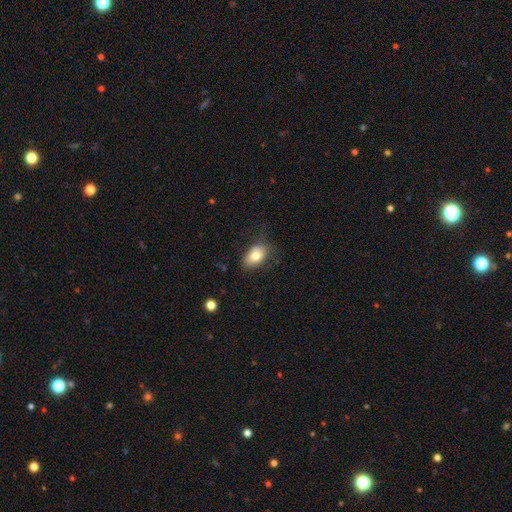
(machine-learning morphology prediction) A smooth galaxy with no disk features (77%) that is in between round and cigar-shaped (89%).

Vote fractions:
- Smooth or featured? smooth: 77% / featured or disk: 15% / star or artifact: 8%
- How rounded? in between: 89% / round: 10% / cigar-shaped: 1%
- Merging? none: 68% / minor disturbance: 23% / major disturbance: 7% / merger: 2%